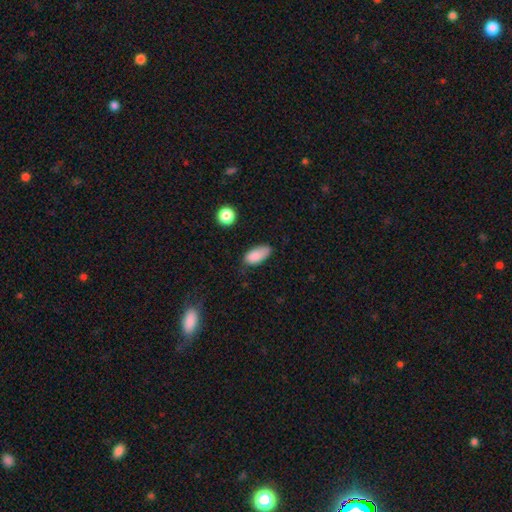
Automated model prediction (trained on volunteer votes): smooth 86%, star or artifact 8%, featured or disk 6%. Down the decision tree: how rounded — in between (90%); merging — none (61%).